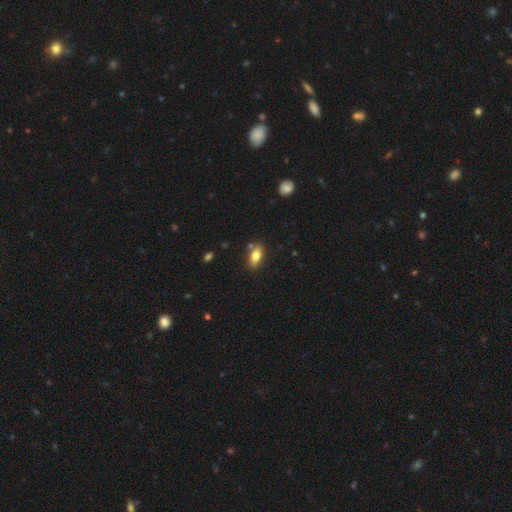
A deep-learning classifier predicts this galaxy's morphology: Smooth or featured? smooth (78%)
How rounded? in between (87%)
Merging? none (80%)